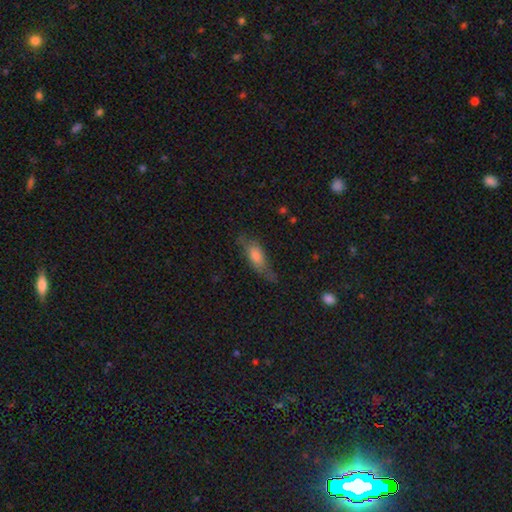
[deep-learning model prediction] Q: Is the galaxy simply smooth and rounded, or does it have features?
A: smooth — 61%.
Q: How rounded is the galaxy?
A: in between — 56%.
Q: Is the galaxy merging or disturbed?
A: none — 60%.